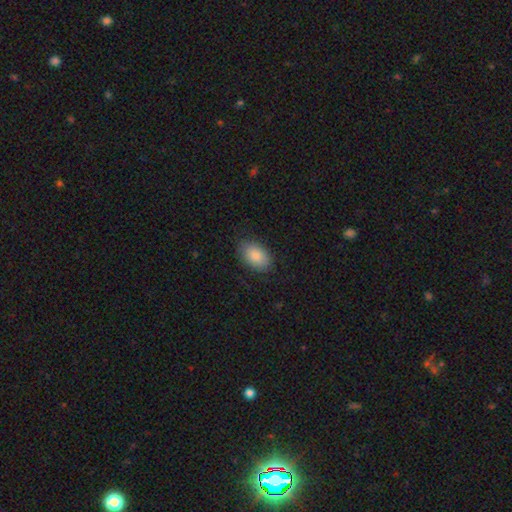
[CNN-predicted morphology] Smooth or featured?
  - smooth: 88% *
  - star or artifact: 7%
  - featured or disk: 6%
How rounded?
  - in between: 91% *
  - round: 8%
  - cigar-shaped: 1%
Merging?
  - none: 83% *
  - minor disturbance: 13%
  - major disturbance: 4%
  - merger: 1%